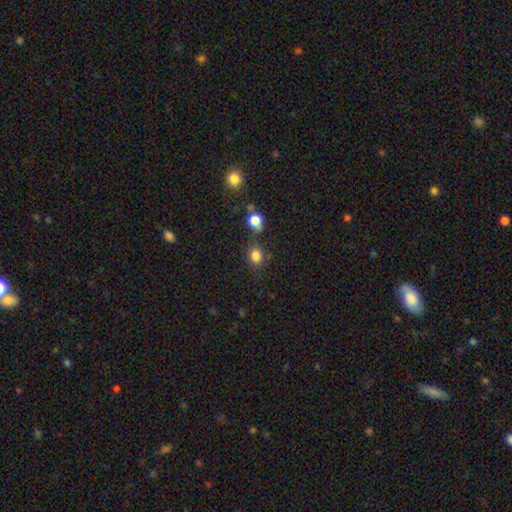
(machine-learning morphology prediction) A smooth galaxy with no disk features (81%) that is round (59%).

Vote fractions:
- Smooth or featured? smooth: 81% / star or artifact: 13% / featured or disk: 6%
- How rounded? round: 59% / in between: 40% / cigar-shaped: 1%
- Merging? none: 69% / minor disturbance: 14% / merger: 12% / major disturbance: 5%